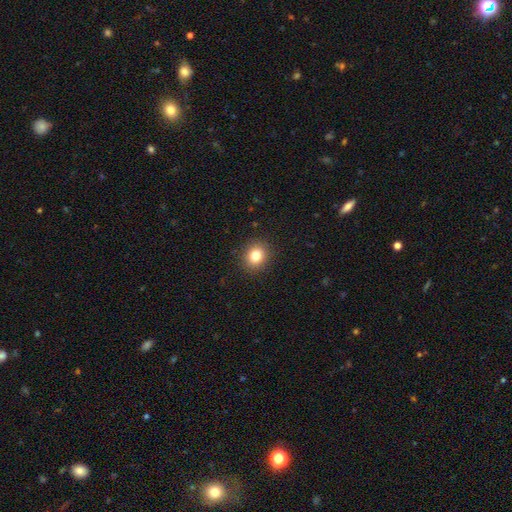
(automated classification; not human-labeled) smooth-or-featured: smooth: 82% | star or artifact: 11% | featured or disk: 7%
  how-rounded: round: 72% | in between: 27% | cigar-shaped: 1%
  merging: none: 90% | minor disturbance: 6% | major disturbance: 2% | merger: 1%